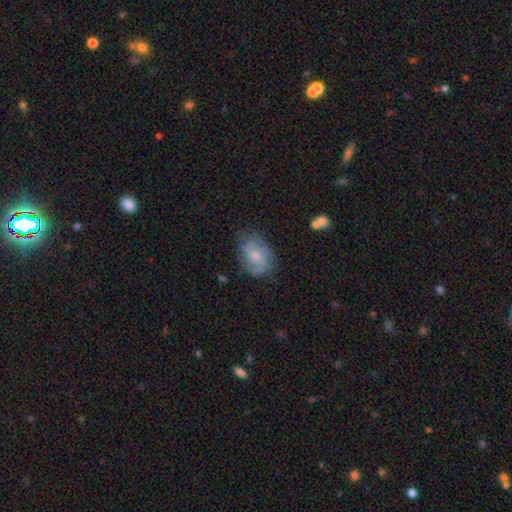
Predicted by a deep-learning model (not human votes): The model was most divided on "bulge size": moderate: 47%, small: 40%, none: 8%, large: 5%, dominant: 1%. More confident: edge-on disk — no (97%); spiral arms — yes (78%); bar — no (70%); merging — none (65%); smooth or featured — featured or disk (53%).